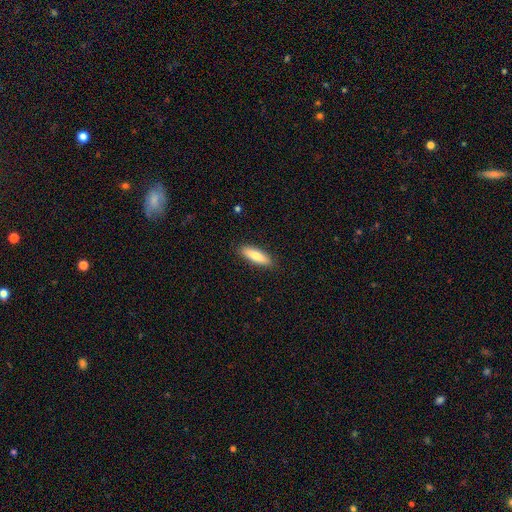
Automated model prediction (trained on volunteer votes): Overall: smooth (76%). How rounded: cigar-shaped (55%; in between 43%). Merging: none (89%).